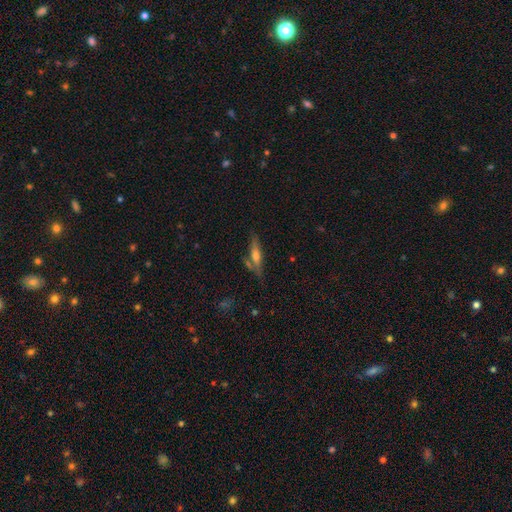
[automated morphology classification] smooth-or-featured: featured or disk: 48% | smooth: 43% | star or artifact: 9%
  merging: none: 69% | minor disturbance: 15% | merger: 11% | major disturbance: 5%